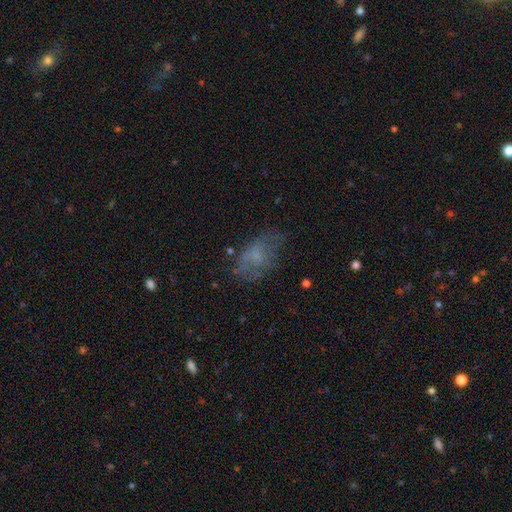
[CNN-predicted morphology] Overall: smooth (53%; featured or disk 34%). How rounded: in between (88%). Merging: none (53%; minor disturbance 24%).